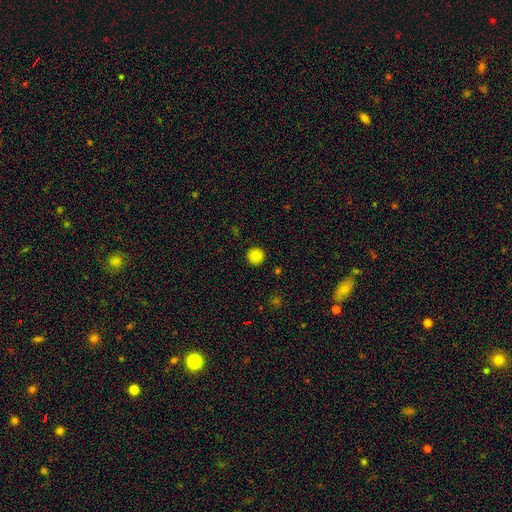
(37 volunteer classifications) This is clearly a smooth galaxy (86%). How rounded: clearly round (97%). Merging: clearly none (97%).